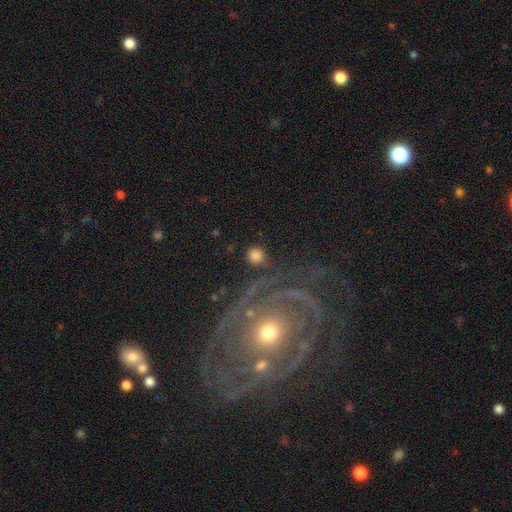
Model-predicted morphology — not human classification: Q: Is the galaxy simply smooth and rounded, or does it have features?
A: smooth — 76%.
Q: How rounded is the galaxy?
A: round — 92%.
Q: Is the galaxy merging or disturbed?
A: none — 81%.